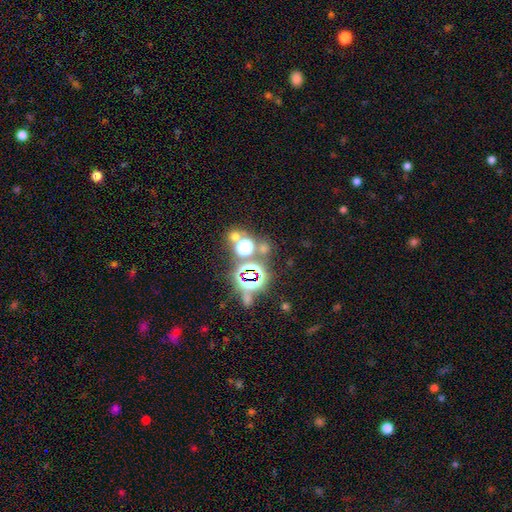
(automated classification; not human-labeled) smooth_or_featured: star or artifact (p=0.78) [alt: smooth p=0.14]